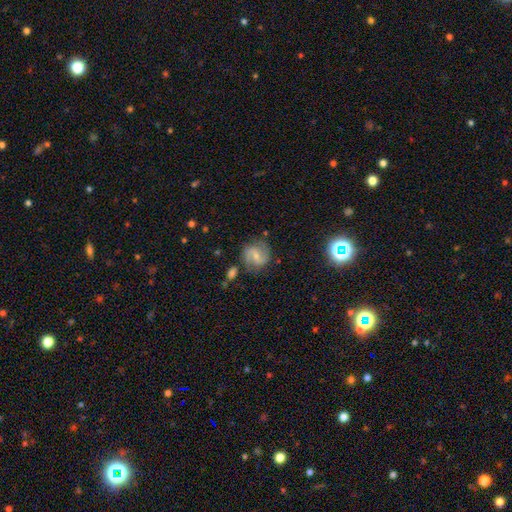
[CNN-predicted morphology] smooth-or-featured: featured or disk: 67% | smooth: 26% | star or artifact: 8%
  disk-edge-on: no: 97% | yes: 3%
    bar: weak: 51% | no: 30% | strong: 19%
    has-spiral-arms: yes: 91% | no: 9%
      spiral-winding: medium: 50% | loose: 29% | tight: 21%
      spiral-arm-count: 2: 88% | can't tell: 6% | 1: 2% | 3: 1% | 4: 1% | more than 4: 1%
    bulge-size: small: 57% | moderate: 33% | none: 7% | large: 2% | dominant: 1%
  merging: none: 73% | minor disturbance: 17% | major disturbance: 6% | merger: 4%